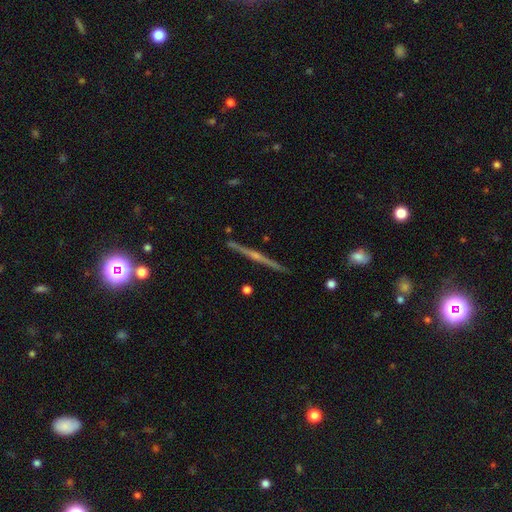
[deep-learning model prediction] This is likely a featured or disk galaxy (67%). It is clearly viewed edge-on (94%). Edge-on bulge: likely rounded (67%). Merging: clearly none (87%).